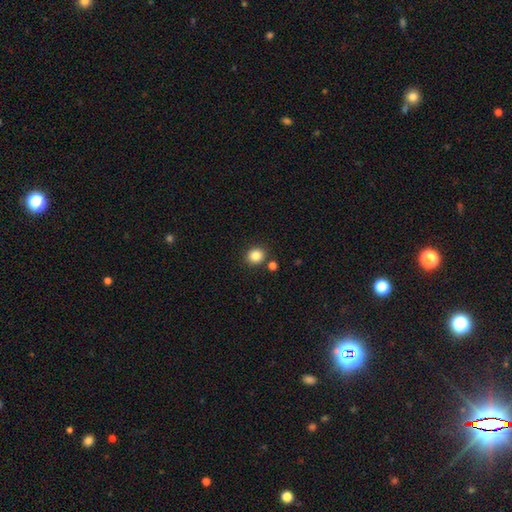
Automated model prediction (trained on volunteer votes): smooth-or-featured: smooth: 85% | star or artifact: 11% | featured or disk: 4%
  how-rounded: round: 82% | in between: 17% | cigar-shaped: 1%
  merging: none: 84% | minor disturbance: 7% | merger: 6% | major disturbance: 2%